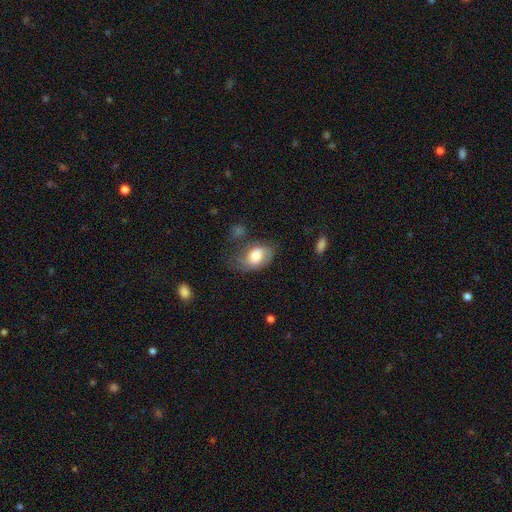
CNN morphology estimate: smooth_or_featured: smooth (p=0.60) [alt: featured or disk p=0.33]
how_rounded: in between (p=0.83) [alt: round p=0.16]
merging: none (p=0.39) [alt: minor disturbance p=0.31]